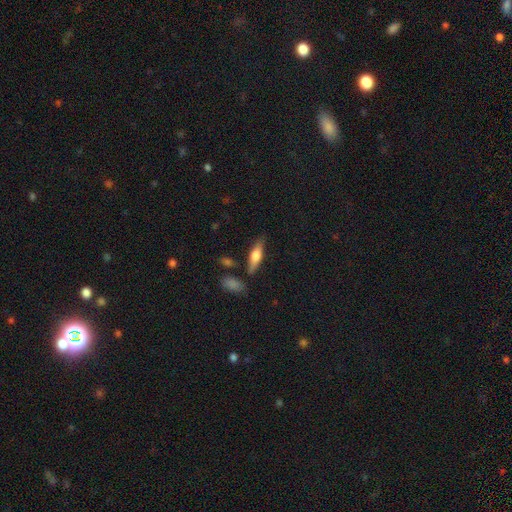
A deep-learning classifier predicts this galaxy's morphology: Q: Smooth or featured?
A: smooth (56%); runner-up: featured or disk (37%)
Q: How rounded?
A: cigar-shaped (53%); runner-up: in between (44%)
Q: Merging?
A: none (77%); runner-up: minor disturbance (14%)